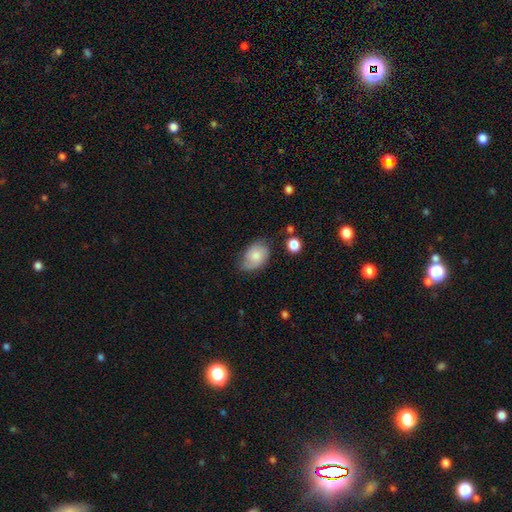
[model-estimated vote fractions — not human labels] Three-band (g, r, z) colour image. It shows a smooth galaxy with no disk features (67%) that is in between round and cigar-shaped (82%). Merging: none (55%).